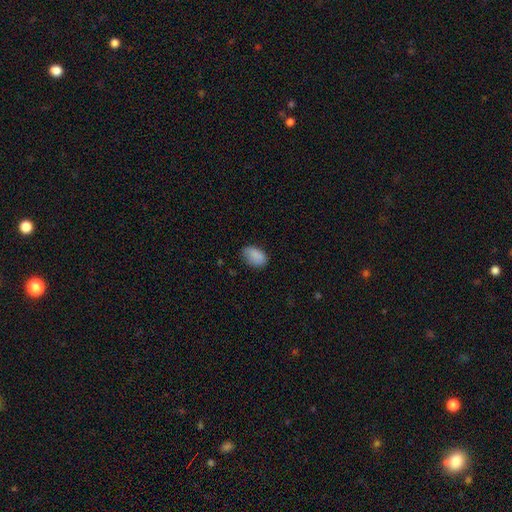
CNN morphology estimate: Smooth or featured: smooth — 87% (star or artifact — 8%)
How rounded: in between — 88% (round — 11%)
Merging: none — 72% (minor disturbance — 23%)